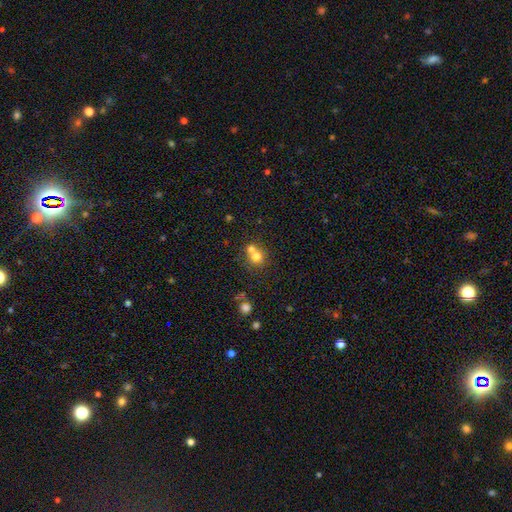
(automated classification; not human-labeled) Smooth or featured? Predicted: smooth (p=0.71). How rounded? Predicted: round (p=0.84). Merging? Predicted: merger (p=0.53).